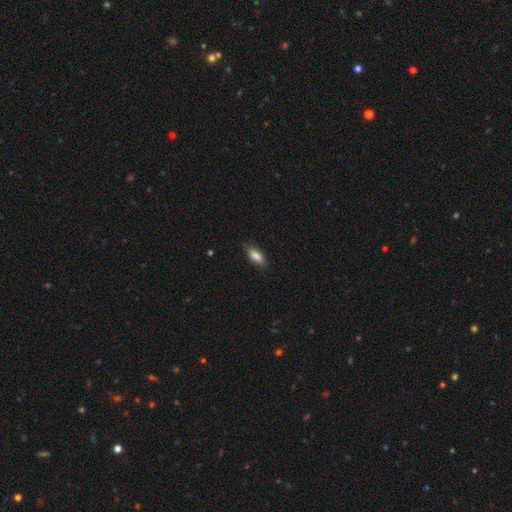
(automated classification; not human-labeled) Overall: smooth (82%). How rounded: in between (76%). Merging: none (81%).